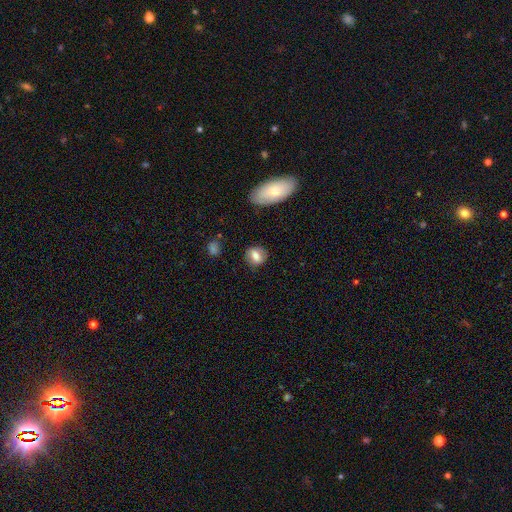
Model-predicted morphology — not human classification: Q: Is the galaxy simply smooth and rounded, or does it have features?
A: smooth — 70%.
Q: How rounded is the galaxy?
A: in between — 51%.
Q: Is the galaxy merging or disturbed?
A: none — 80%.